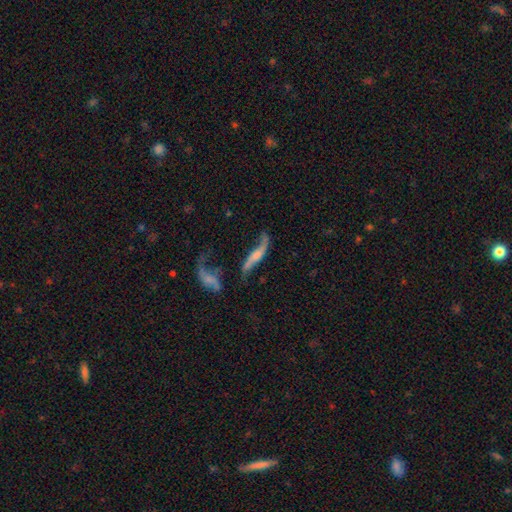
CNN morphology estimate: smooth-or-featured: featured or disk: 72% | smooth: 20% | star or artifact: 8%
  disk-edge-on: no: 66% | yes: 34%
  merging: none: 40% | major disturbance: 22% | minor disturbance: 20% | merger: 18%